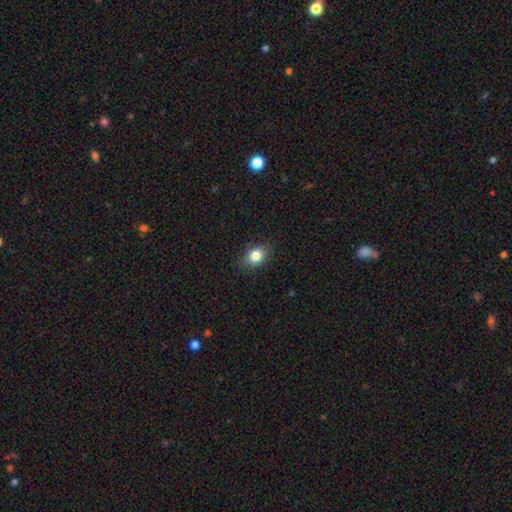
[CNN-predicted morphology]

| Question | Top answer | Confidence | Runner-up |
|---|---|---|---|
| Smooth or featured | smooth | 83% | star or artifact (10%) |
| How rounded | in between | 56% | round (43%) |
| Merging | none | 85% | minor disturbance (11%) |